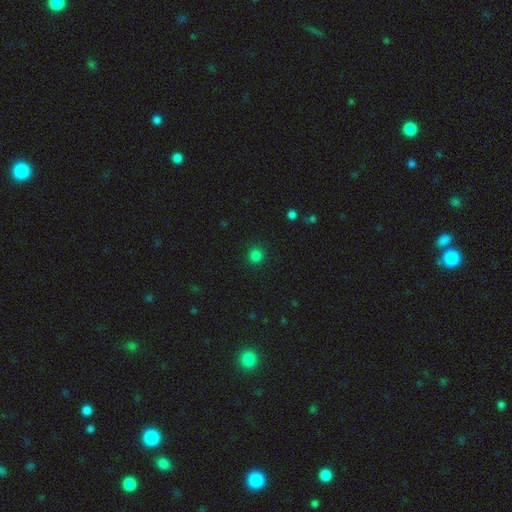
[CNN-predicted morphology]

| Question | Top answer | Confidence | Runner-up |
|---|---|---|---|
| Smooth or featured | smooth | 82% | star or artifact (15%) |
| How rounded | round | 93% | in between (6%) |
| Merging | none | 90% | minor disturbance (6%) |